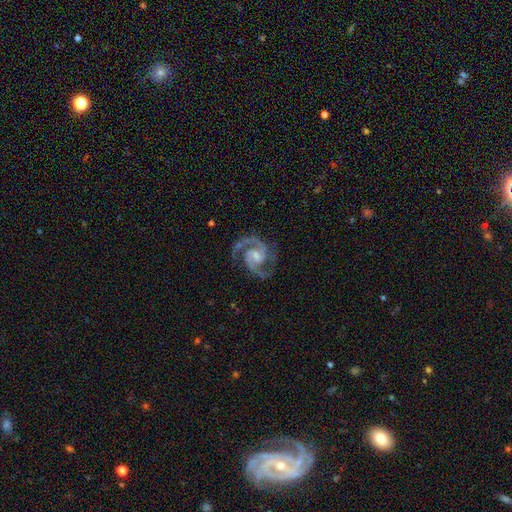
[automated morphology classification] This is clearly a featured or disk galaxy (94%). It is clearly not viewed edge-on (98%). Bar: possibly weak (46%). Spiral arm pattern: clearly yes (99%). Spiral arm count: clearly 2 (92%). Spiral winding: likely medium (60%). Central bulge: possibly small (45%). Merging: clearly none (81%).